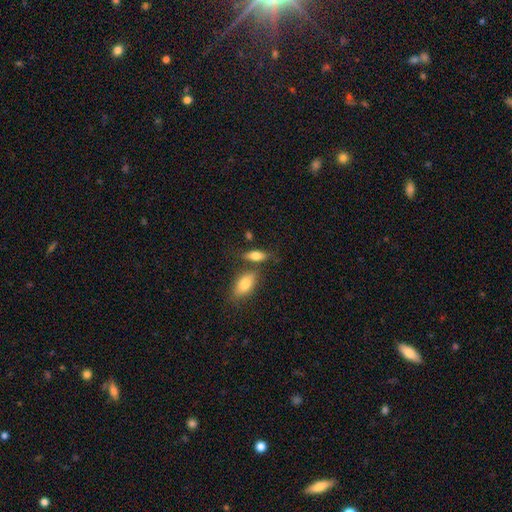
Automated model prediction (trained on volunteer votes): Smooth or featured: smooth — 73% (featured or disk — 19%)
How rounded: in between — 73% (cigar-shaped — 22%)
Merging: none — 62% (merger — 20%)